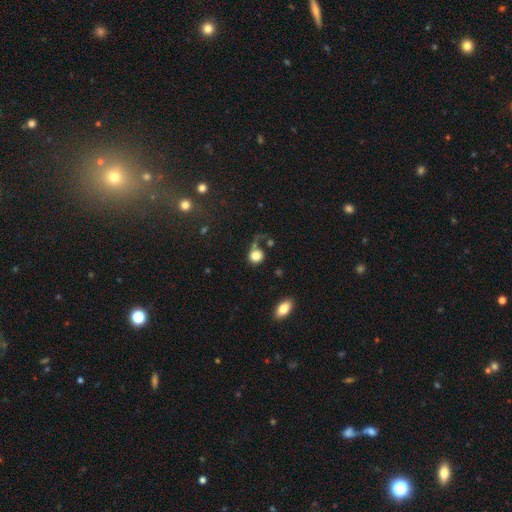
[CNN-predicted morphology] smooth 79%, featured or disk 12%, star or artifact 9%. Down the decision tree: how rounded — round (81%); merging — none (42%).